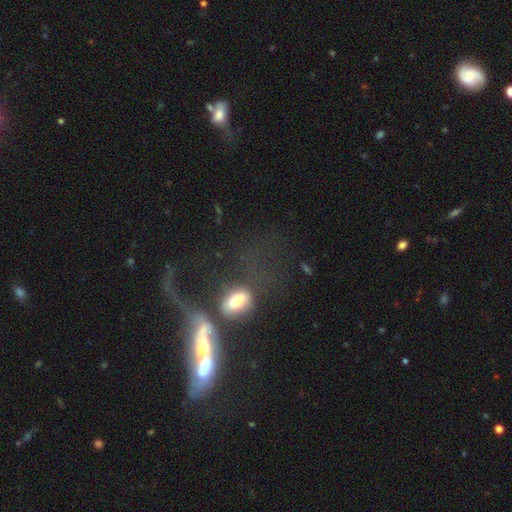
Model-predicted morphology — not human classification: This is possibly a featured or disk galaxy (46%). Merging: possibly merger (57%).